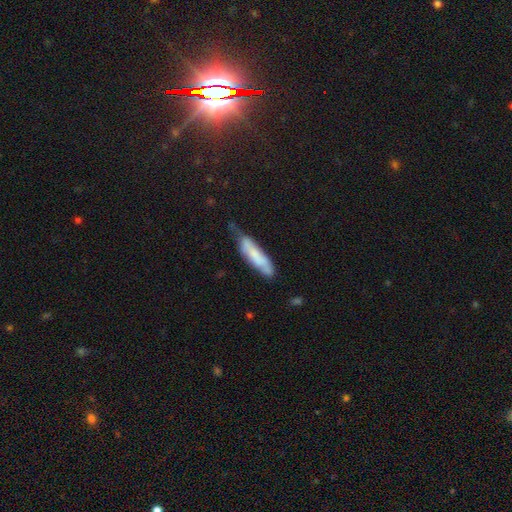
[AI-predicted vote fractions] smooth 65%, featured or disk 29%, star or artifact 7%. Down the decision tree: how rounded — cigar-shaped (70%); merging — none (48%).